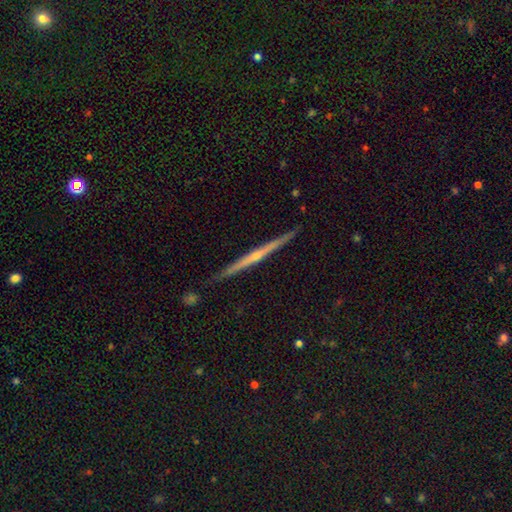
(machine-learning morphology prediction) This appears to be a featured or disk galaxy (81%) viewed edge-on (98%) with a rounded central bulge (69%). Merging: none (90%).